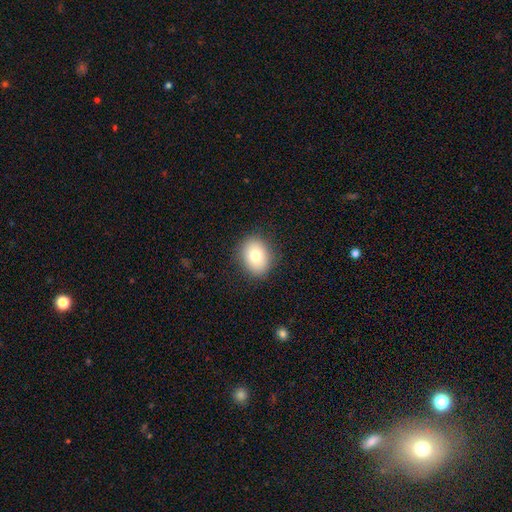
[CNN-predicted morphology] The model was most divided on "how rounded": round: 50%, in between: 49%, cigar-shaped: 1%. More confident: merging — none (87%); smooth or featured — smooth (76%).